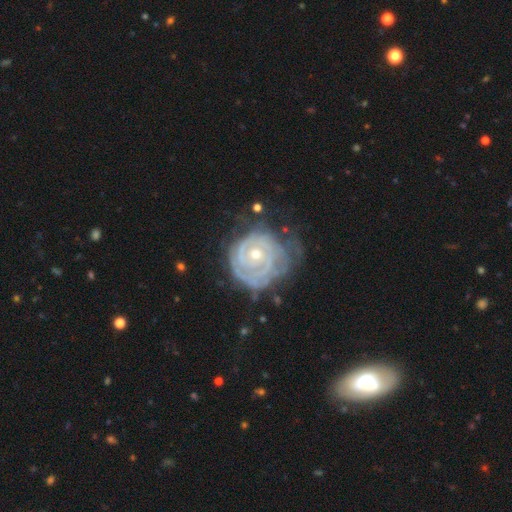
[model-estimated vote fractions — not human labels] Morphology: type=featured or disk (86%); edge-on=no (98%); bar=no (79%); spiral arms=yes (93%); winding=tight (83%); arm count=can't tell (41%); bulge=small (51%); merging=none (53%).